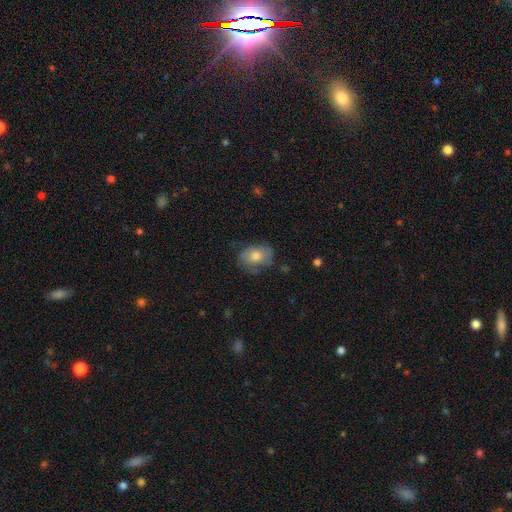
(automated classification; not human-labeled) smooth_or_featured: smooth (p=0.66) [alt: featured or disk p=0.26]
how_rounded: in between (p=0.66) [alt: round p=0.33]
merging: none (p=0.67) [alt: minor disturbance p=0.24]